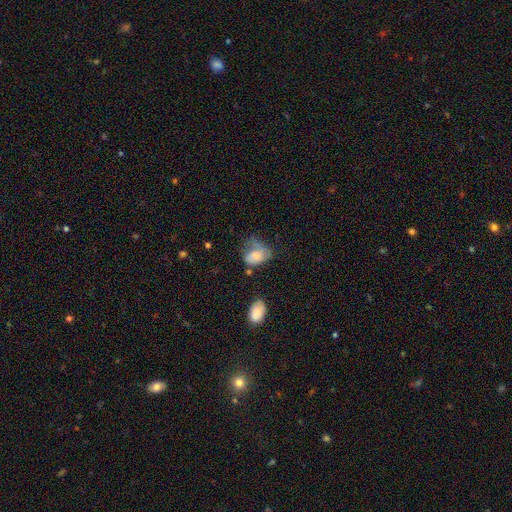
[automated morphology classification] This appears to be a smooth galaxy with no disk features (68%) that is in between round and cigar-shaped (74%). Merging: major disturbance (35%).